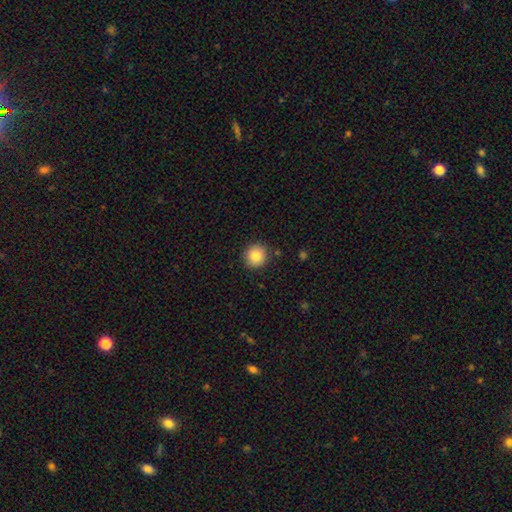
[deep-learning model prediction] smooth_or_featured: smooth (p=0.84) [alt: star or artifact p=0.09]
how_rounded: round (p=0.94) [alt: in between p=0.05]
merging: none (p=0.89) [alt: minor disturbance p=0.07]